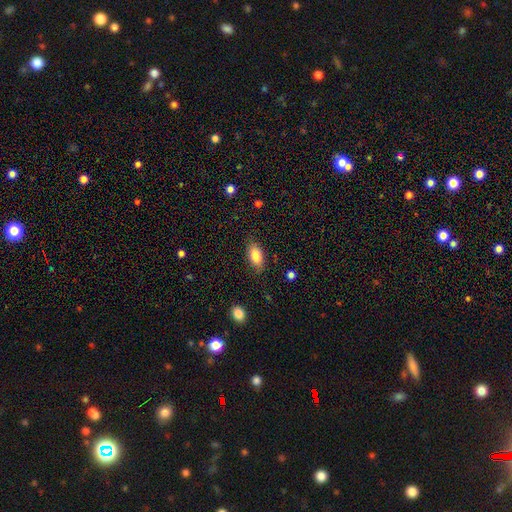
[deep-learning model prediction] This is clearly a smooth galaxy (84%). How rounded: clearly in between (90%). Merging: clearly none (83%).